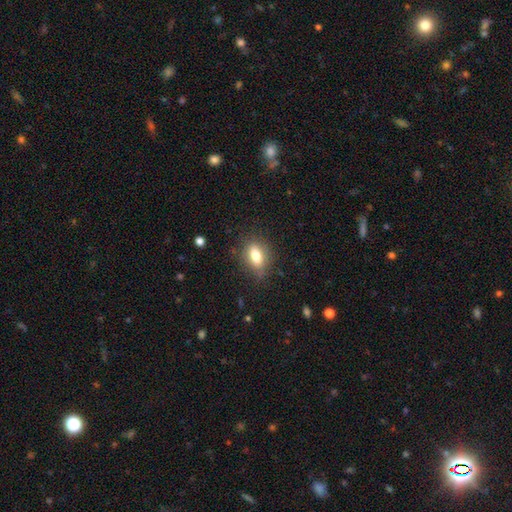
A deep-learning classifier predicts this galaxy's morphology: type=smooth (75%); roundness=in between (80%); merging=none (79%).